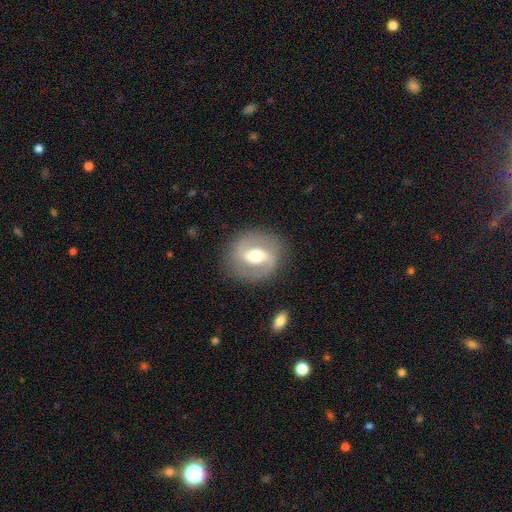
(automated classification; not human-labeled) Morphology: type=featured or disk (68%); edge-on=no (96%); bar=weak (43%); spiral arms=yes (72%); bulge=moderate (68%); merging=none (83%).